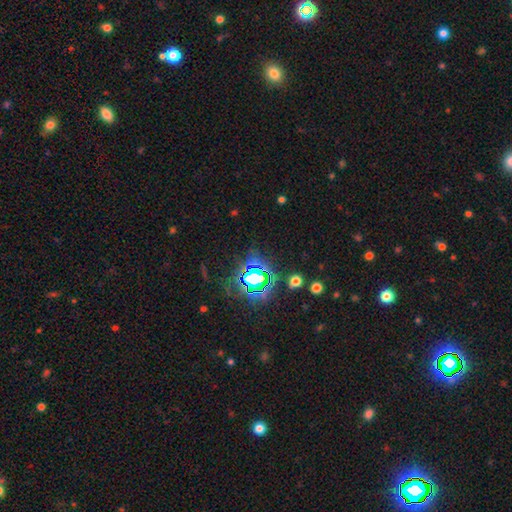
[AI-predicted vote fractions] Smooth or featured?
  - star or artifact: 80% *
  - smooth: 12%
  - featured or disk: 8%